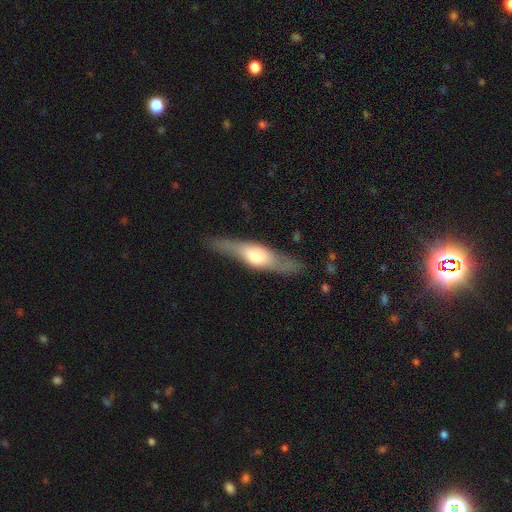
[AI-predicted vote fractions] Smooth or featured? featured or disk (59%)
Edge-on disk? yes (88%)
Edge-on bulge? rounded (83%)
Merging? none (83%)